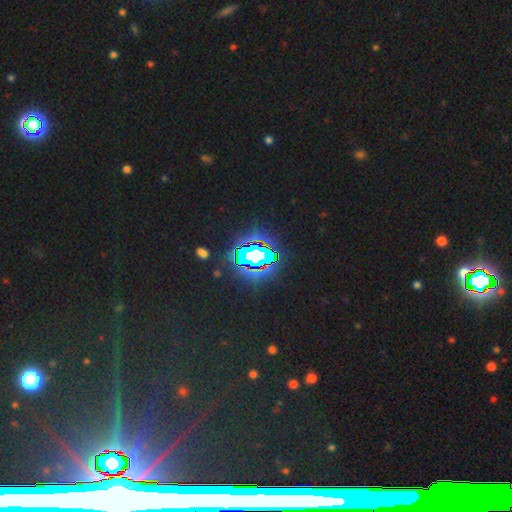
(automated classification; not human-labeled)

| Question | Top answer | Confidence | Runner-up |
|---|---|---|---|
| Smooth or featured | star or artifact | 72% | smooth (14%) |